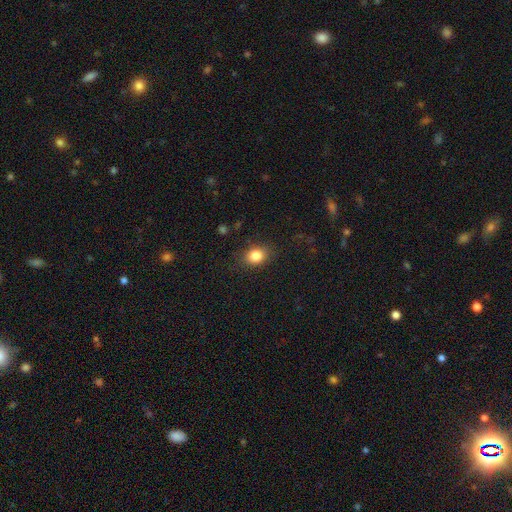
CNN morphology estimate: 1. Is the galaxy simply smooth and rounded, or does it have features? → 84% smooth, 10% star or artifact, 6% featured or disk.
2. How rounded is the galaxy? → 55% in between, 43% round, 1% cigar-shaped.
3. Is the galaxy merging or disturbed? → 84% none, 12% minor disturbance, 4% major disturbance, 1% merger.